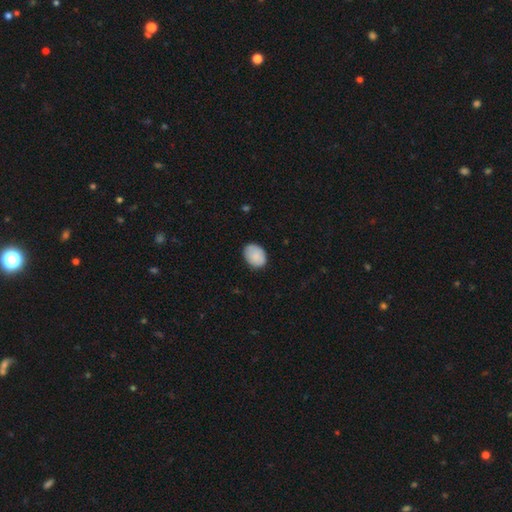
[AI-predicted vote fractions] Overall: smooth (87%). How rounded: in between (66%; round 33%). Merging: none (82%).